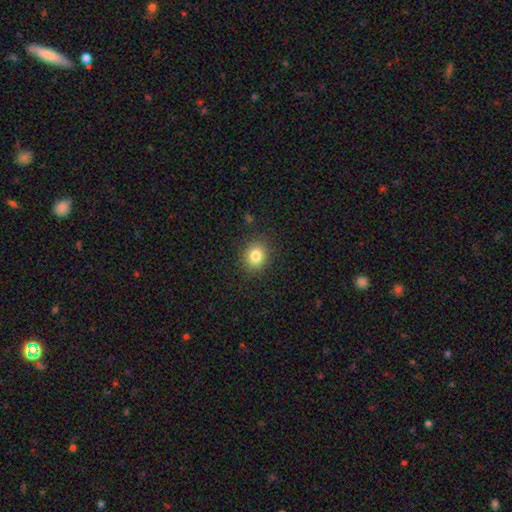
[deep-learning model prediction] A smooth galaxy with no disk features (82%) that is round (71%).

Vote fractions:
- Smooth or featured? smooth: 82% / star or artifact: 11% / featured or disk: 7%
- How rounded? round: 71% / in between: 29% / cigar-shaped: 1%
- Merging? none: 88% / minor disturbance: 8% / major disturbance: 3% / merger: 1%